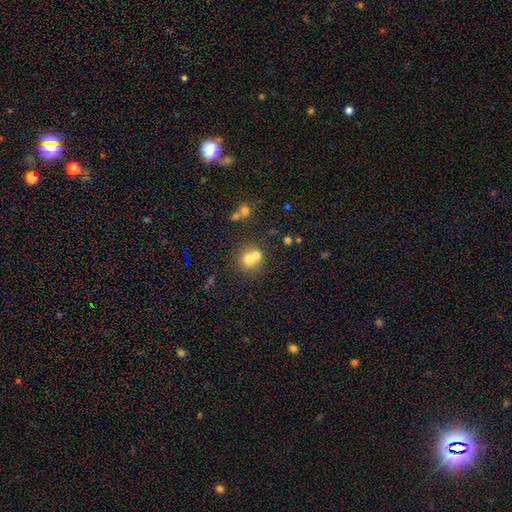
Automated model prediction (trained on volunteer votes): This appears to be a smooth galaxy with no disk features (66%) that is round (84%). Merging: merger (47%).